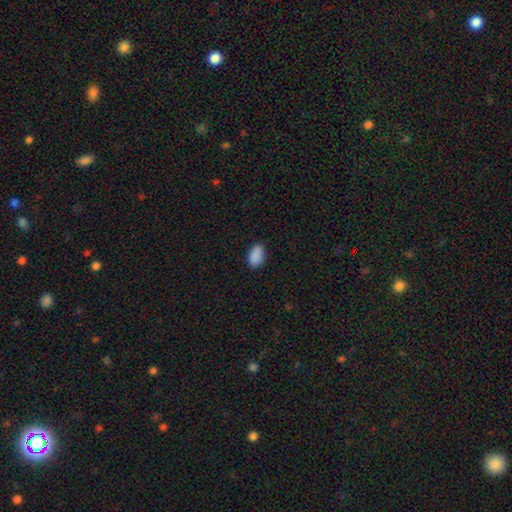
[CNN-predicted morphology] smooth 89%, star or artifact 8%, featured or disk 3%. Down the decision tree: how rounded — in between (92%); merging — none (83%).